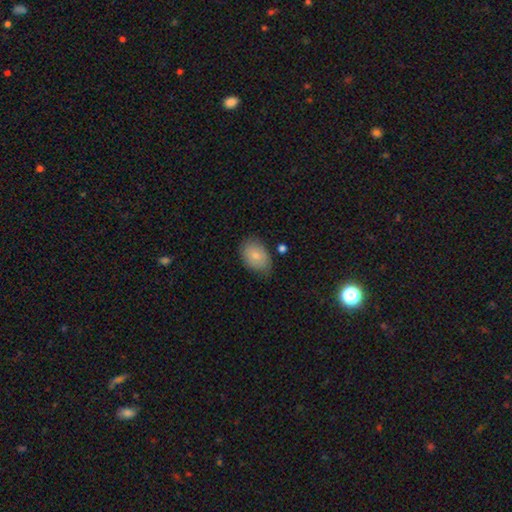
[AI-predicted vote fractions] The model was most divided on "merging": none: 73%, minor disturbance: 21%, major disturbance: 4%, merger: 3%. More confident: how rounded — in between (84%); smooth or featured — smooth (78%).